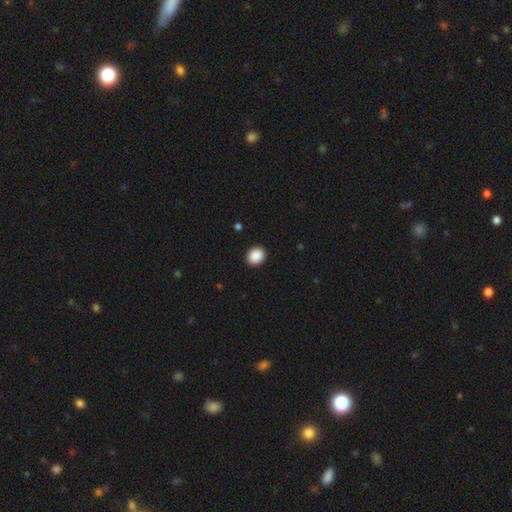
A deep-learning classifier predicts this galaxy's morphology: Smooth or featured? Predicted: smooth (p=0.90). How rounded? Predicted: round (p=0.68). Merging? Predicted: none (p=0.92).